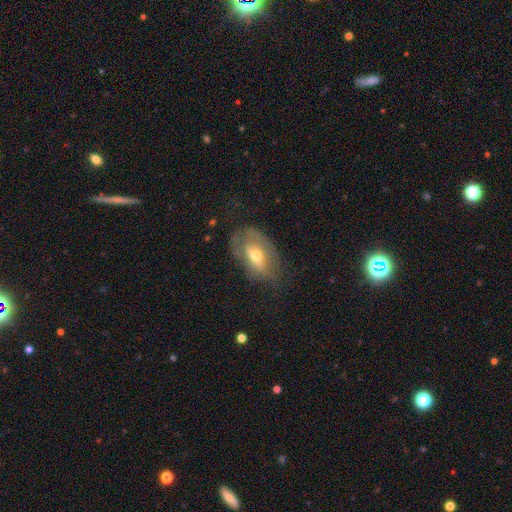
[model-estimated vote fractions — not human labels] This is possibly a smooth galaxy (47%). Merging: possibly none (54%).